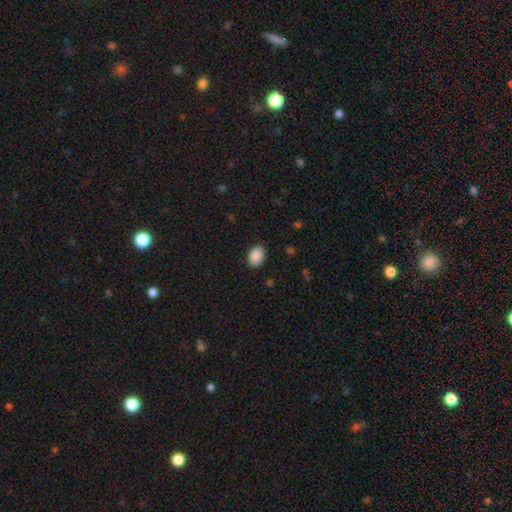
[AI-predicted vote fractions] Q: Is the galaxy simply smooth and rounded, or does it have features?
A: smooth — 90%.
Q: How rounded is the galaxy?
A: in between — 82%.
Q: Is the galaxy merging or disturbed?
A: none — 88%.